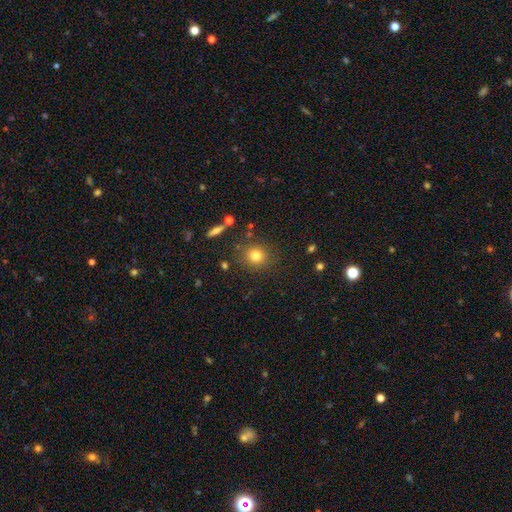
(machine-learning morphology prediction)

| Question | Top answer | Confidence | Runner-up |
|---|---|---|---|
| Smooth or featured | smooth | 80% | star or artifact (13%) |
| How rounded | round | 84% | in between (15%) |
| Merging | none | 83% | minor disturbance (10%) |